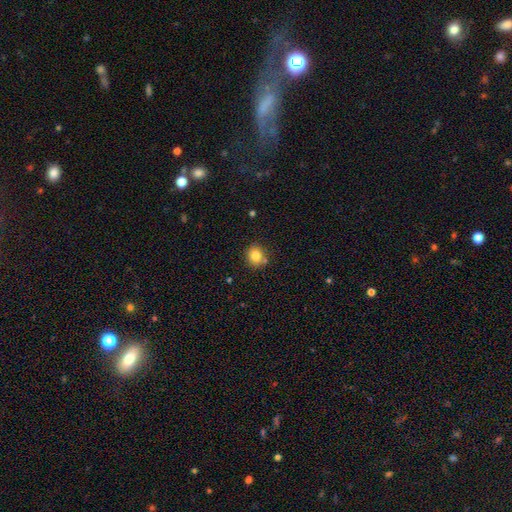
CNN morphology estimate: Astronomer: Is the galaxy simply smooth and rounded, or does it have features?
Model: smooth — 83%.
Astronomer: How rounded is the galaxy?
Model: round — 77%.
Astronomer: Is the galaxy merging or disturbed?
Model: none — 76%.